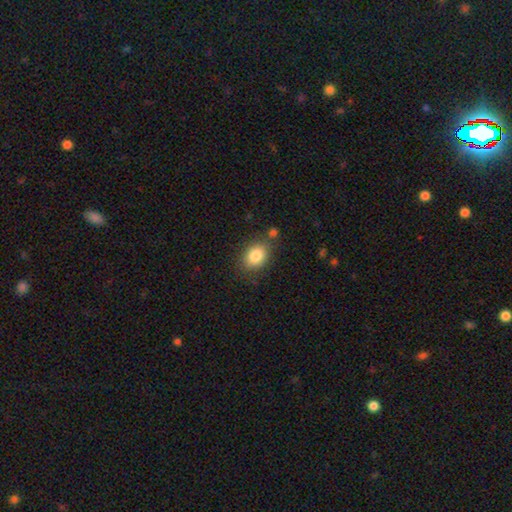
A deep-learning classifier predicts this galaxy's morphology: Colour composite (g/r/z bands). It shows a smooth galaxy with no disk features (84%) that is in between round and cigar-shaped (66%). Merging: none (76%).